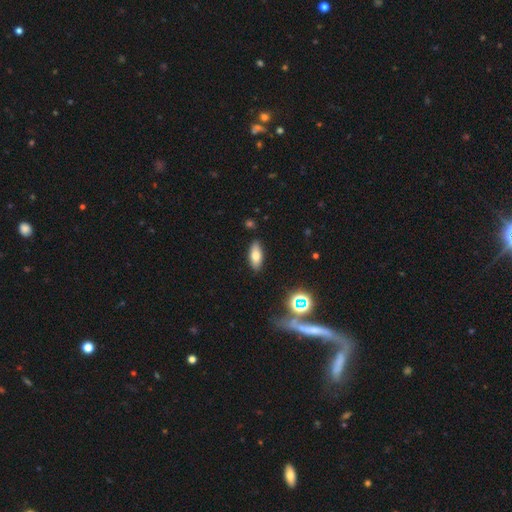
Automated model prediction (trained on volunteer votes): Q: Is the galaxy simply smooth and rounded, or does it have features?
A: smooth — 72%.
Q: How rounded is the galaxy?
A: in between — 80%.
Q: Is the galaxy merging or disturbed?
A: none — 86%.